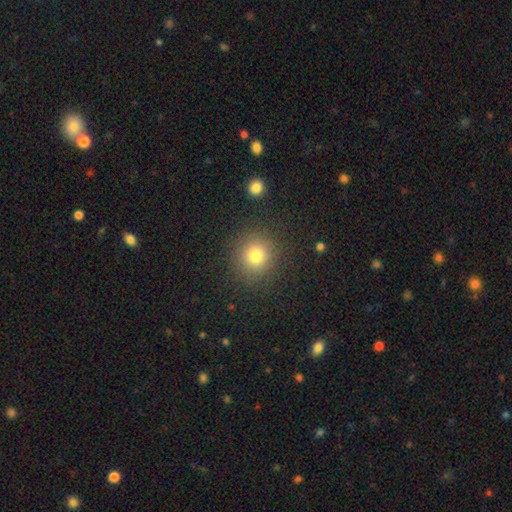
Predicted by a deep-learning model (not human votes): Smooth or featured?
  - smooth: 78% *
  - star or artifact: 14%
  - featured or disk: 8%
How rounded?
  - round: 90% *
  - in between: 9%
  - cigar-shaped: 1%
Merging?
  - none: 88% *
  - minor disturbance: 7%
  - major disturbance: 3%
  - merger: 2%